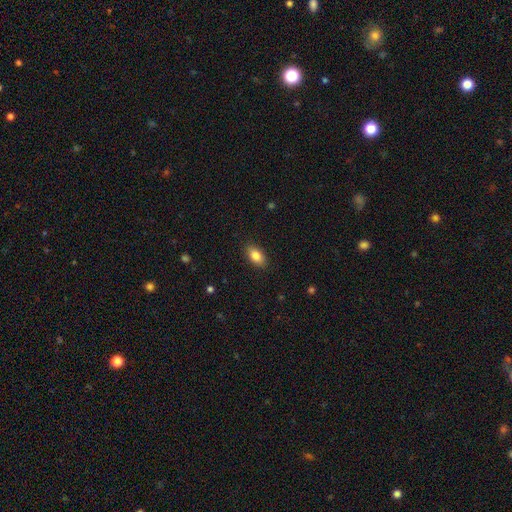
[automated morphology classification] A smooth galaxy with no disk features (85%) that is in between round and cigar-shaped (90%).

Vote fractions:
- Smooth or featured? smooth: 85% / star or artifact: 8% / featured or disk: 7%
- How rounded? in between: 90% / round: 6% / cigar-shaped: 4%
- Merging? none: 88% / minor disturbance: 9% / major disturbance: 2% / merger: 1%